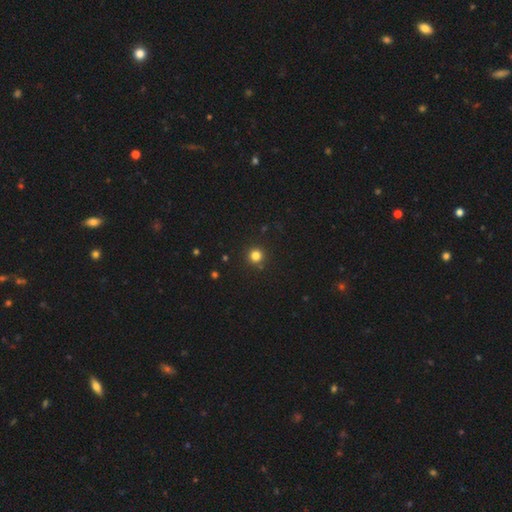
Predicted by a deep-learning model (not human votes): Smooth or featured? Predicted: smooth (p=0.81). How rounded? Predicted: round (p=0.95). Merging? Predicted: none (p=0.91).